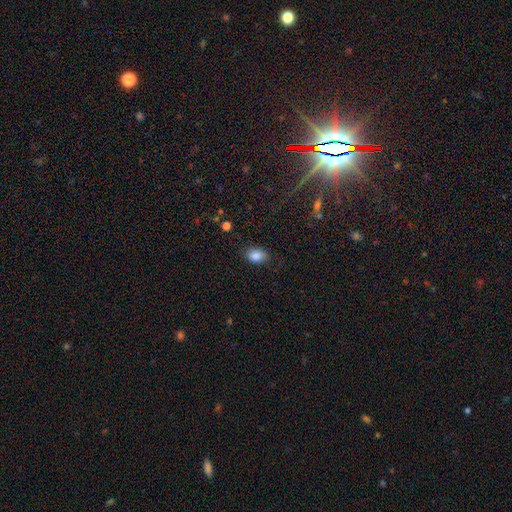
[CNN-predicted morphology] This appears to be a smooth galaxy with no disk features (85%) that is in between round and cigar-shaped (82%). Merging: none (78%).